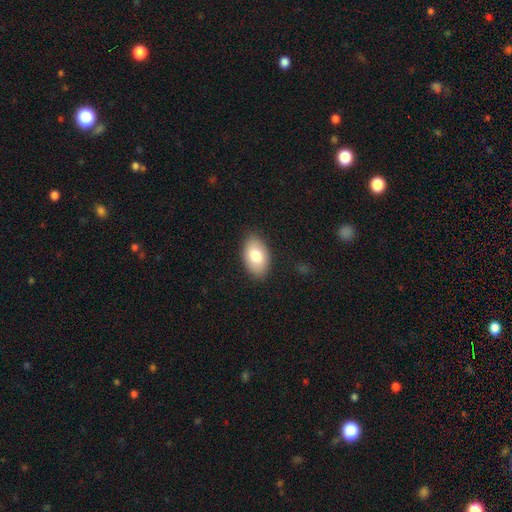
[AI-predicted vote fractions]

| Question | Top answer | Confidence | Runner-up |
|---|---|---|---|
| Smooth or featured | smooth | 79% | featured or disk (14%) |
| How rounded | in between | 93% | round (6%) |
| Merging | none | 86% | minor disturbance (11%) |